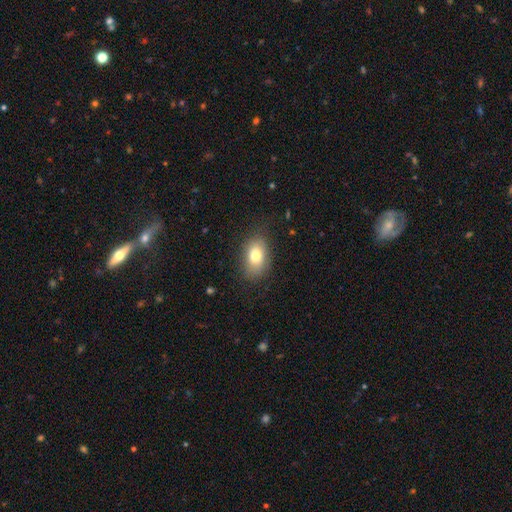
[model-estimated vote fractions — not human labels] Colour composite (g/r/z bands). It shows a smooth galaxy with no disk features (75%) that is in between round and cigar-shaped (84%). Merging: none (81%).